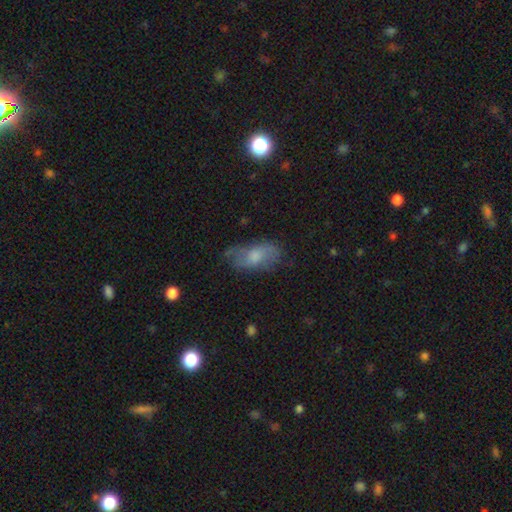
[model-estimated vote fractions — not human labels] Overall: smooth (59%; featured or disk 32%). How rounded: in between (88%). Merging: none (57%; minor disturbance 28%).